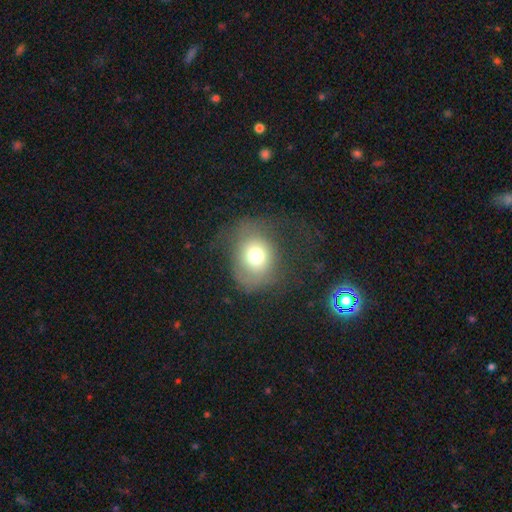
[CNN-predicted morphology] This appears to be a smooth galaxy with no disk features (69%) that is round (67%). Merging: none (48%).